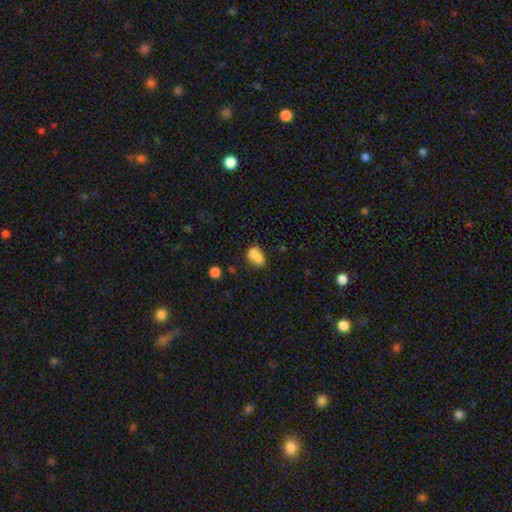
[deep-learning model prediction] A smooth galaxy with no disk features (69%) that is in between round and cigar-shaped (56%). Merging: merger (59%).